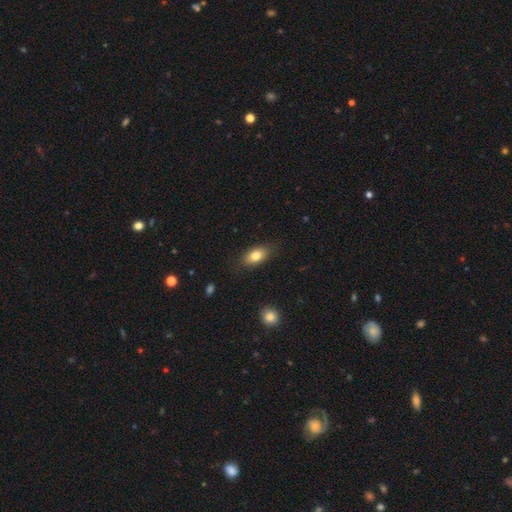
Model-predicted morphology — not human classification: Smooth or featured?
  - smooth: 80% *
  - featured or disk: 12%
  - star or artifact: 8%
How rounded?
  - in between: 89% *
  - round: 6%
  - cigar-shaped: 5%
Merging?
  - none: 84% *
  - minor disturbance: 12%
  - major disturbance: 3%
  - merger: 1%